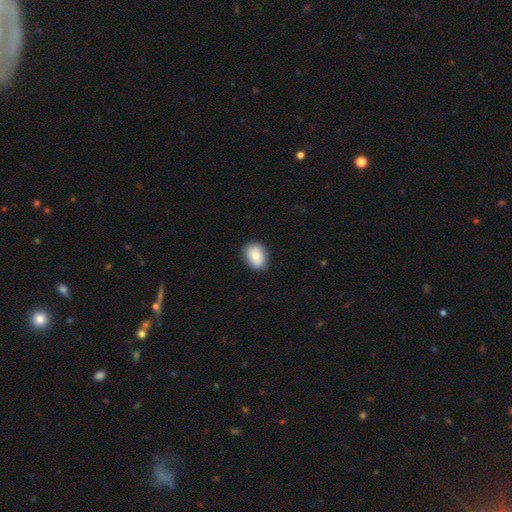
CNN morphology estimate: Smooth or featured: smooth — 80% (featured or disk — 12%)
How rounded: in between — 69% (round — 30%)
Merging: none — 81% (minor disturbance — 15%)